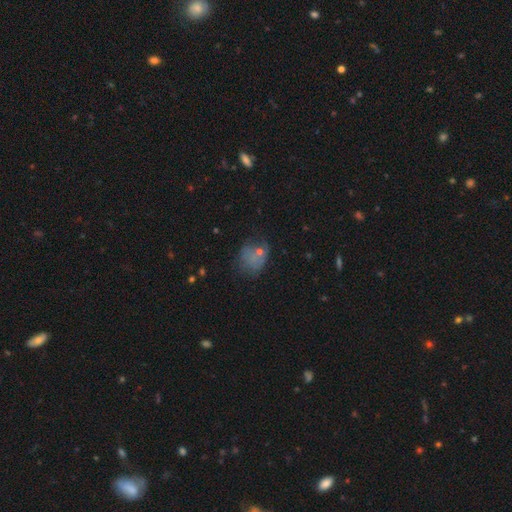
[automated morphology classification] smooth-or-featured: smooth: 59% | featured or disk: 23% | star or artifact: 19%
  how-rounded: in between: 51% | round: 48% | cigar-shaped: 1%
  merging: none: 38% | major disturbance: 30% | minor disturbance: 27% | merger: 5%